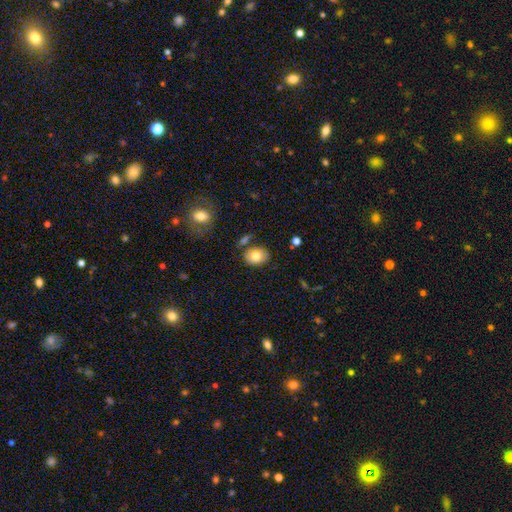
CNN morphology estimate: Smooth or featured? Predicted: smooth (p=0.77). How rounded? Predicted: in between (p=0.72). Merging? Predicted: none (p=0.69).